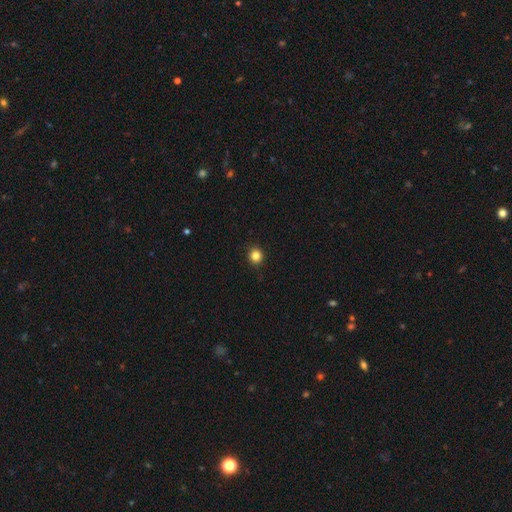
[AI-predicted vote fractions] Smooth or featured? smooth (84%)
How rounded? round (89%)
Merging? none (92%)